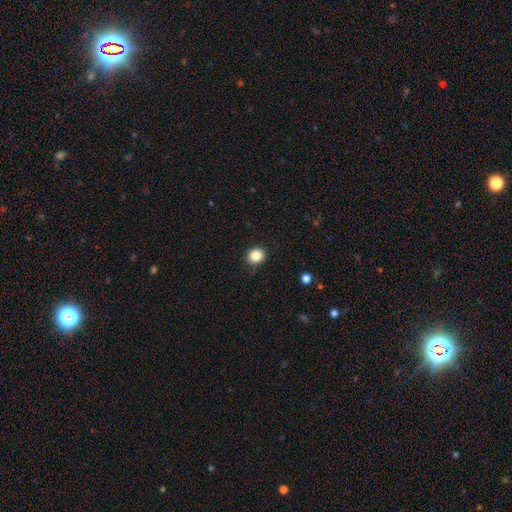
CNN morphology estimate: The model was most divided on "how rounded": round: 83%, in between: 16%, cigar-shaped: 1%. More confident: merging — none (88%); smooth or featured — smooth (85%).